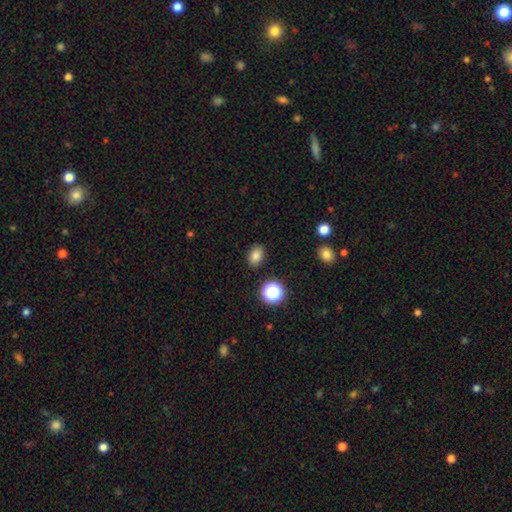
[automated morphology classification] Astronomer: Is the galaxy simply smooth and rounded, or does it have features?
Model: smooth — 82%.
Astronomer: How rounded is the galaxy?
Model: in between — 70%.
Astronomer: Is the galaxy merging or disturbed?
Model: none — 86%.